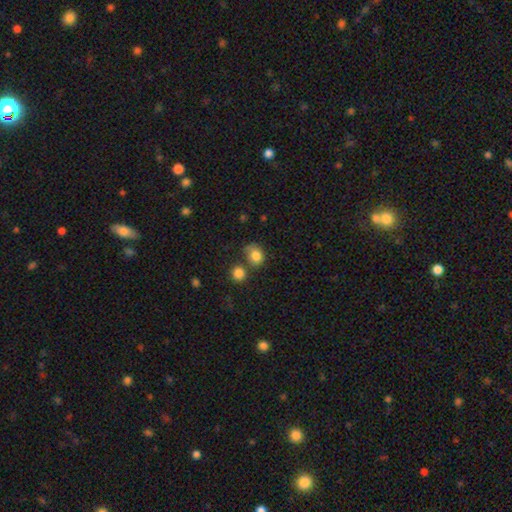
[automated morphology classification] A smooth galaxy with no disk features (83%) that is round (63%). Merging: none (52%).